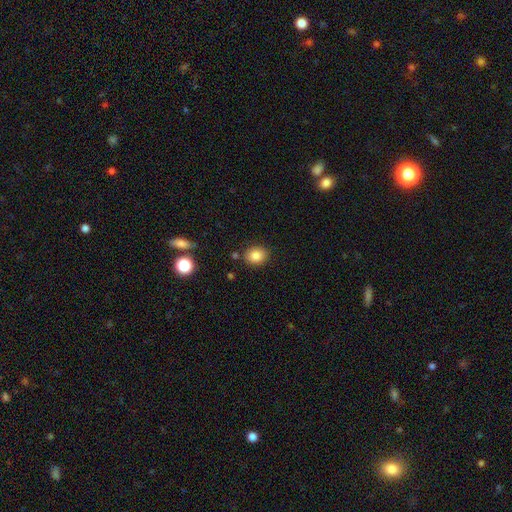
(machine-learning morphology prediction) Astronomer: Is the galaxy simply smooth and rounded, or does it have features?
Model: smooth — 85%.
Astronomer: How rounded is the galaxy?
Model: round — 61% (runner-up: in between, 38%).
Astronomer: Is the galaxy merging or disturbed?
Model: none — 85%.